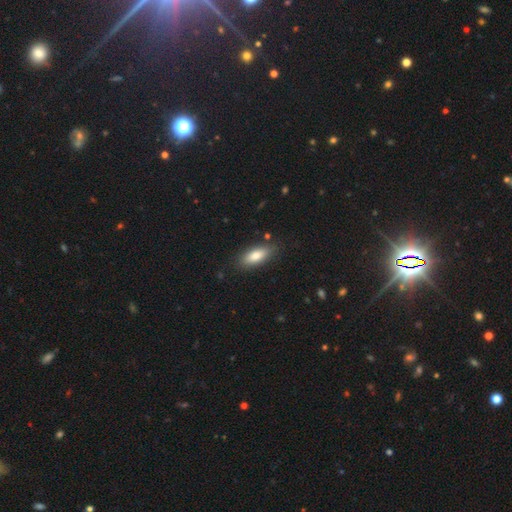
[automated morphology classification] A smooth galaxy with no disk features (80%) that is in between round and cigar-shaped (77%). Merging: none (84%).